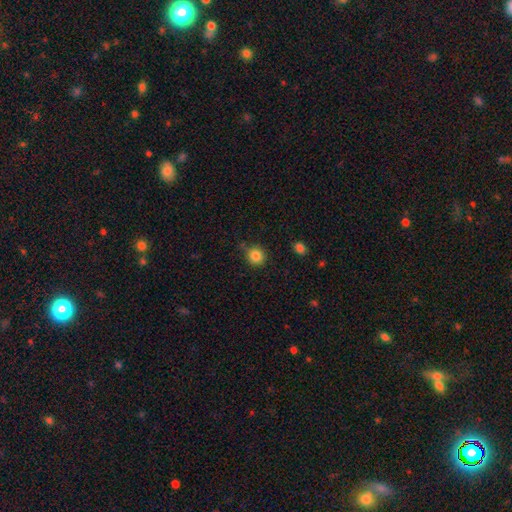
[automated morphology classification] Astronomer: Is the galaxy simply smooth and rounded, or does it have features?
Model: smooth — 86%.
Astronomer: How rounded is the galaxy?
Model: round — 88%.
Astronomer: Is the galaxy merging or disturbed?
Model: none — 82%.